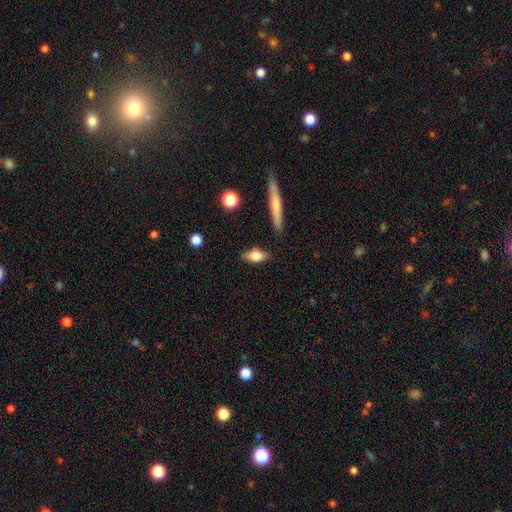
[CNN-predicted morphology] smooth-or-featured: smooth: 65% | featured or disk: 28% | star or artifact: 7%
  how-rounded: in between: 65% | cigar-shaped: 30% | round: 5%
  merging: none: 82% | minor disturbance: 13% | major disturbance: 3% | merger: 3%